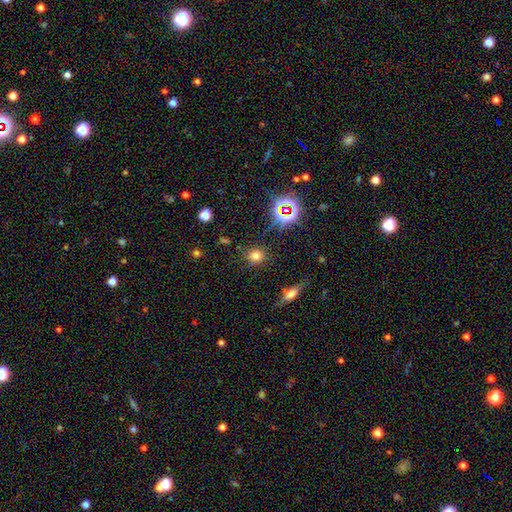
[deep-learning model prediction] smooth 67%, star or artifact 25%, featured or disk 8%. Down the decision tree: how rounded — round (85%); merging — none (85%).